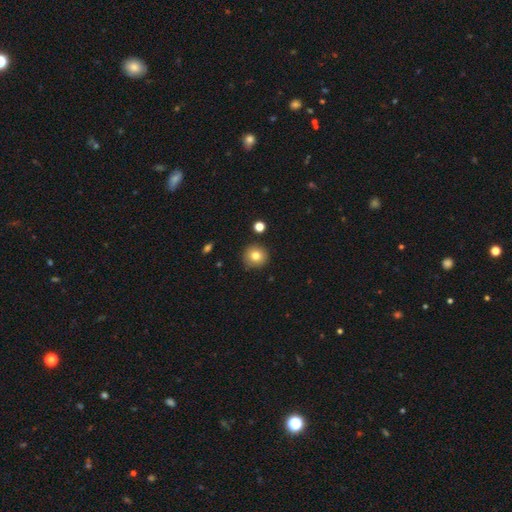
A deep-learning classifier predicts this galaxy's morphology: type=smooth (79%); roundness=round (93%); merging=none (88%).